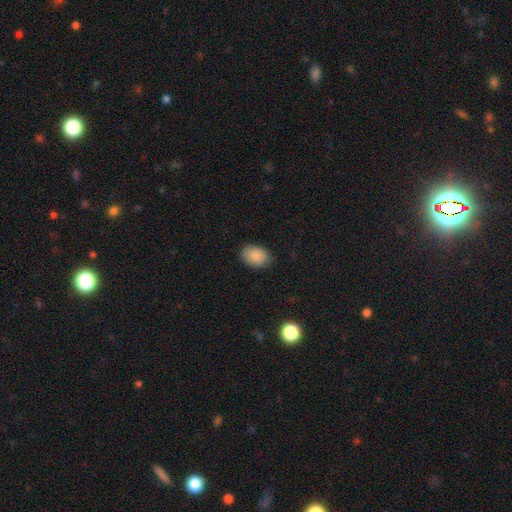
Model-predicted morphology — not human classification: The model was most divided on "how rounded": in between: 79%, round: 20%, cigar-shaped: 1%. More confident: smooth or featured — smooth (89%); merging — none (84%).